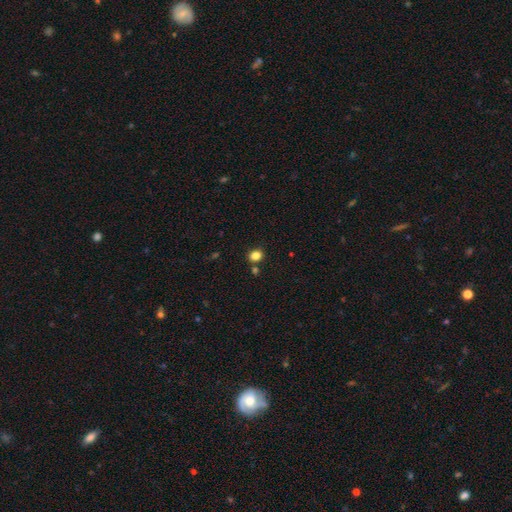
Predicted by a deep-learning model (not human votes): A smooth galaxy with no disk features (83%) that is round (63%). Merging: none (80%).